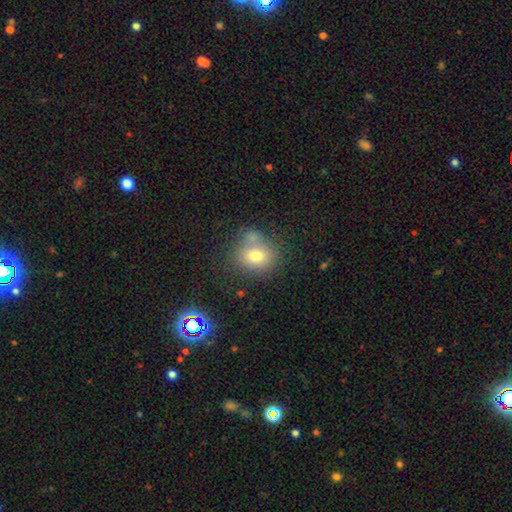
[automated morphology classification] Smooth or featured? smooth (74%)
How rounded? round (58%)
Merging? none (54%)